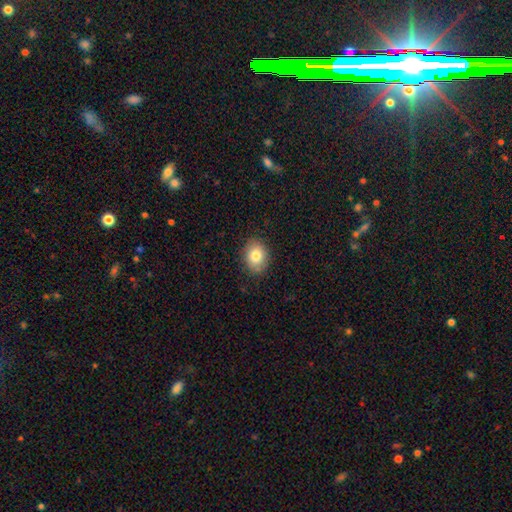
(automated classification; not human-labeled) A smooth galaxy with no disk features (81%) that is in between round and cigar-shaped (58%). Merging: none (87%).